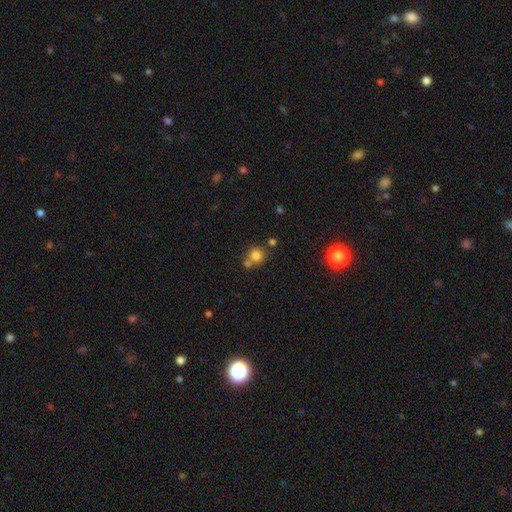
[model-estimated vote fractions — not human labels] Smooth or featured? smooth (79%)
How rounded? round (87%)
Merging? none (58%)